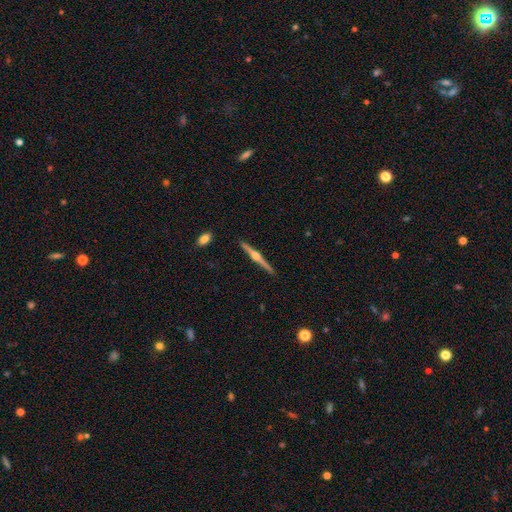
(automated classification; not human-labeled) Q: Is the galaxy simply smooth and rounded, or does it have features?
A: featured or disk — 82%.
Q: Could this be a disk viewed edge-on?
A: yes — 99%.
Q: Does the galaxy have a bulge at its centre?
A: rounded — 95%.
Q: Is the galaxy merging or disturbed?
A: none — 91%.